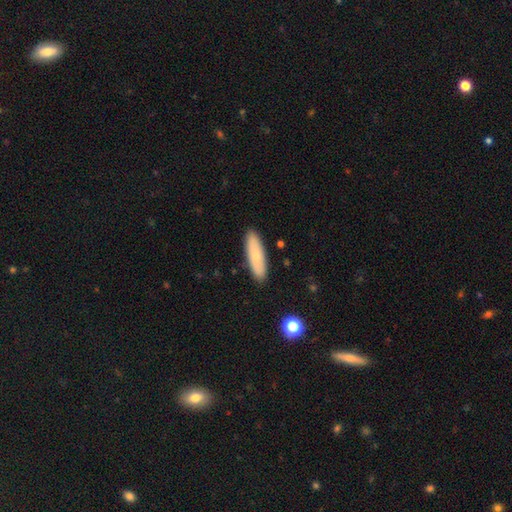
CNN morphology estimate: This is likely a smooth galaxy (73%). How rounded: possibly cigar-shaped (60%). Merging: clearly none (89%).